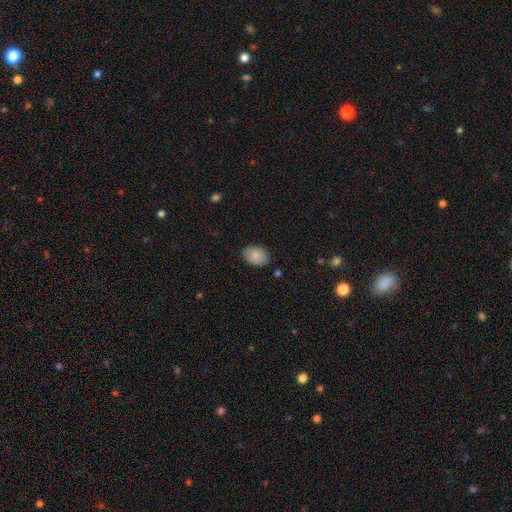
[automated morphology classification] type=smooth (84%); roundness=in between (81%); merging=none (83%).